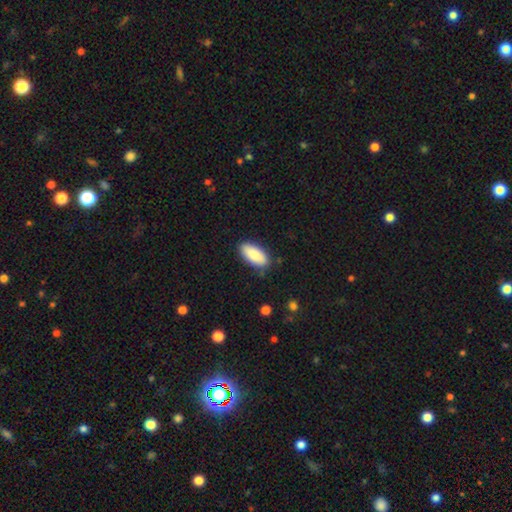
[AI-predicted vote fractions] Smooth or featured: smooth — 88% (featured or disk — 6%)
How rounded: in between — 87% (cigar-shaped — 11%)
Merging: none — 86% (minor disturbance — 11%)